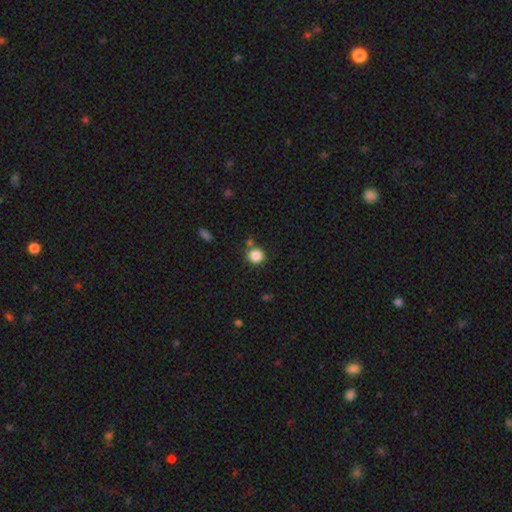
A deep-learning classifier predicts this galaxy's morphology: smooth_or_featured: smooth (p=0.85) [alt: star or artifact p=0.11]
how_rounded: round (p=0.90) [alt: in between p=0.09]
merging: none (p=0.77) [alt: minor disturbance p=0.10]